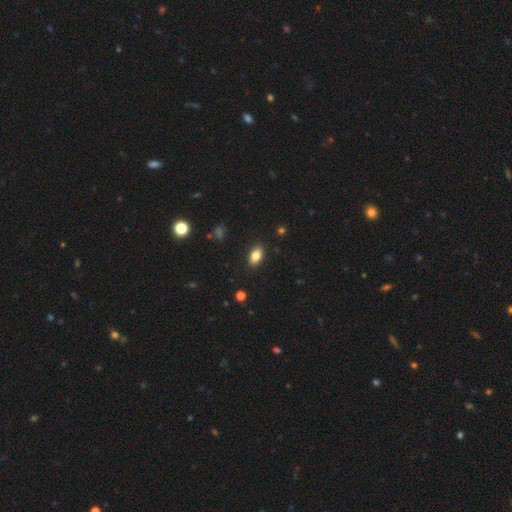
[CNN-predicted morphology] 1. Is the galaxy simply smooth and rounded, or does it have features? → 81% smooth, 11% featured or disk, 8% star or artifact.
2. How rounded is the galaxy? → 89% in between, 6% round, 5% cigar-shaped.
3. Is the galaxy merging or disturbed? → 88% none, 9% minor disturbance, 2% major disturbance, 1% merger.